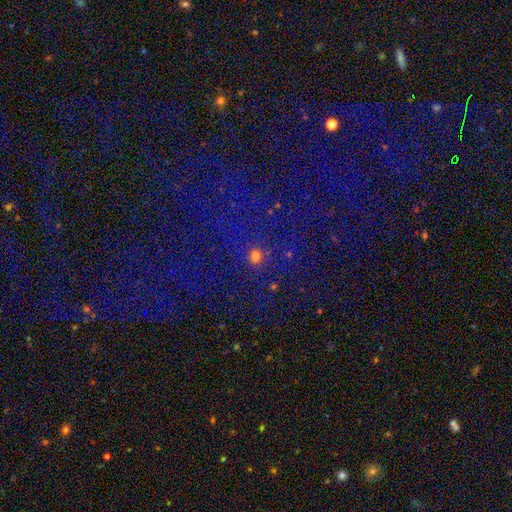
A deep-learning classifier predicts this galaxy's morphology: smooth 62%, star or artifact 31%, featured or disk 7%. Down the decision tree: how rounded — round (75%); merging — none (70%).